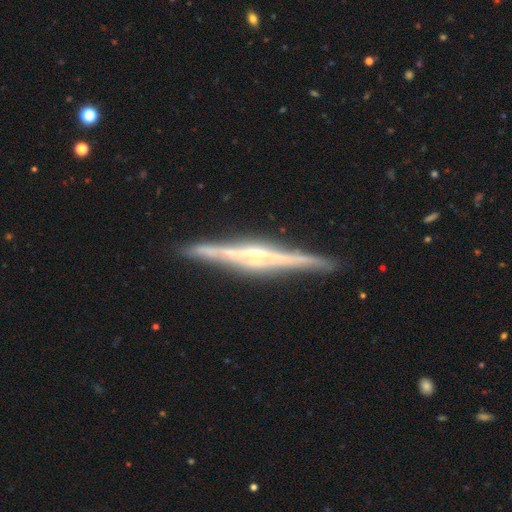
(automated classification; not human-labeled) featured or disk 89%, smooth 6%, star or artifact 5%. Down the decision tree: edge-on disk — yes (98%); edge-on bulge — rounded (68%); merging — none (91%).